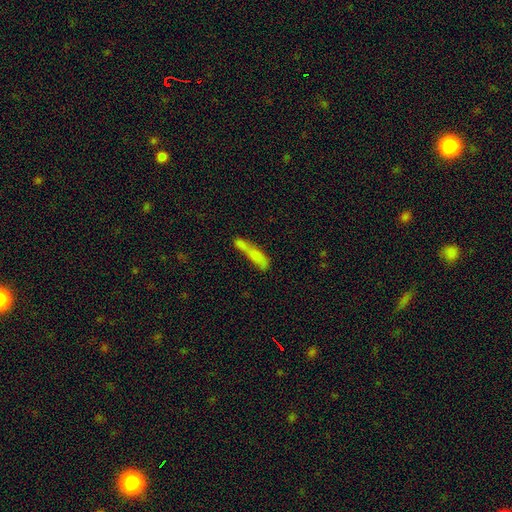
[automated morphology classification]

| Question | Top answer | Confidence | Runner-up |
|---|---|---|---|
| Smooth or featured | smooth | 70% | featured or disk (21%) |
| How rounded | cigar-shaped | 68% | in between (29%) |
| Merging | merger | 53% | none (24%) |